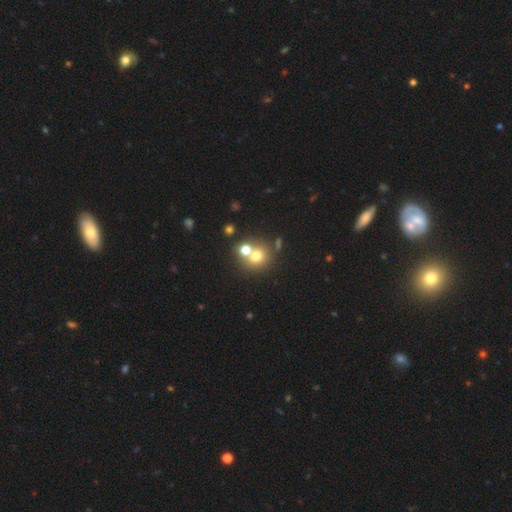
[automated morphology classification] A smooth galaxy with no disk features (69%) that is round (86%). Merging: none (53%).